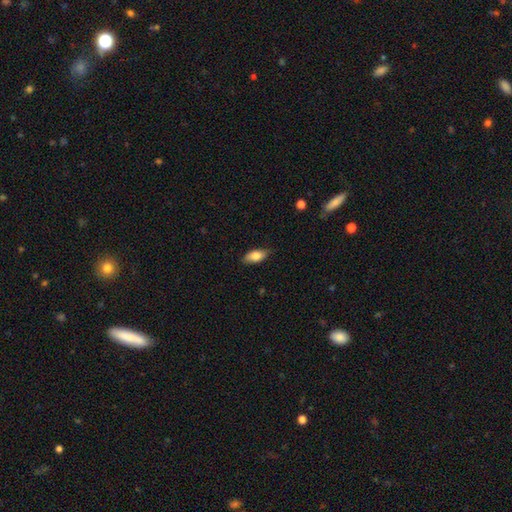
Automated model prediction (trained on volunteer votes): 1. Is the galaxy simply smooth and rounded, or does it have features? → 81% smooth, 12% featured or disk, 7% star or artifact.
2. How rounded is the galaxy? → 88% in between, 9% cigar-shaped, 3% round.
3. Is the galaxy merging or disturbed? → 82% none, 14% minor disturbance, 2% major disturbance, 1% merger.